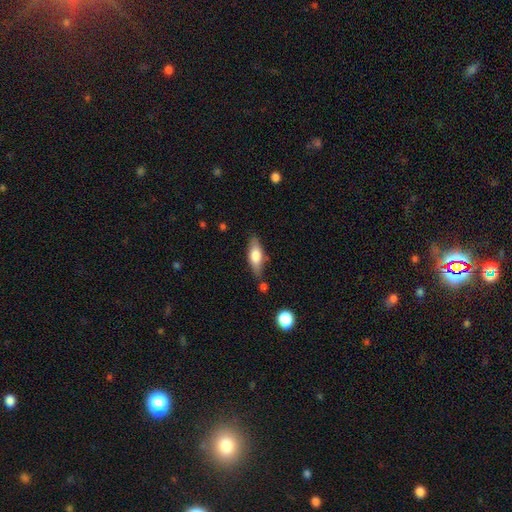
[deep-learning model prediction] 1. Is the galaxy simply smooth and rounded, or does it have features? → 63% smooth, 31% featured or disk, 6% star or artifact.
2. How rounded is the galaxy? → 61% in between, 36% cigar-shaped, 3% round.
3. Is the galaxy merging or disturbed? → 75% none, 16% minor disturbance, 5% merger, 4% major disturbance.